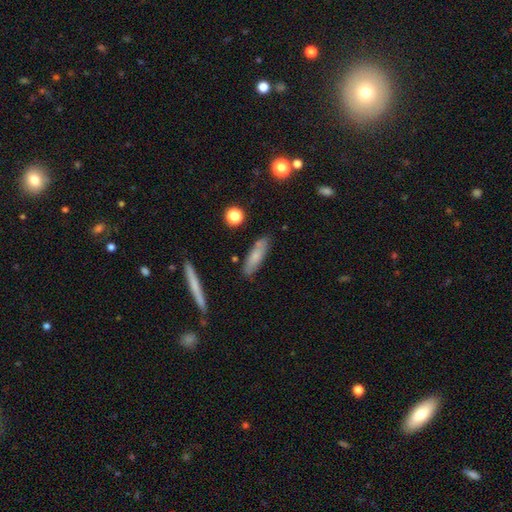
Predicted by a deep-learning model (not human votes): Smooth or featured: smooth — 70% (featured or disk — 22%)
How rounded: cigar-shaped — 63% (in between — 34%)
Merging: none — 80% (minor disturbance — 13%)